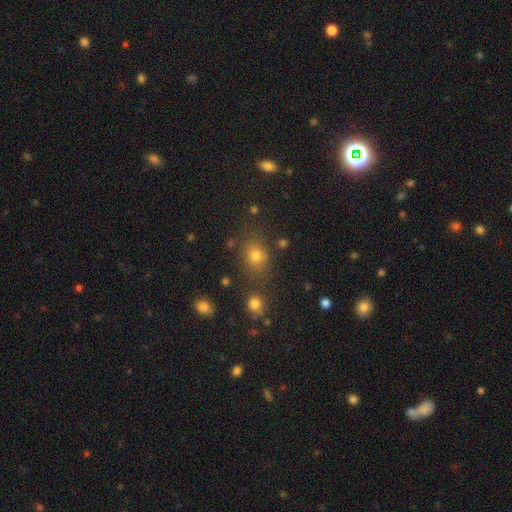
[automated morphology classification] A smooth galaxy with no disk features (72%) that is in between round and cigar-shaped (51%).

Vote fractions:
- Smooth or featured? smooth: 72% / star or artifact: 19% / featured or disk: 9%
- How rounded? in between: 51% / round: 48% / cigar-shaped: 1%
- Merging? none: 74% / minor disturbance: 13% / merger: 9% / major disturbance: 5%